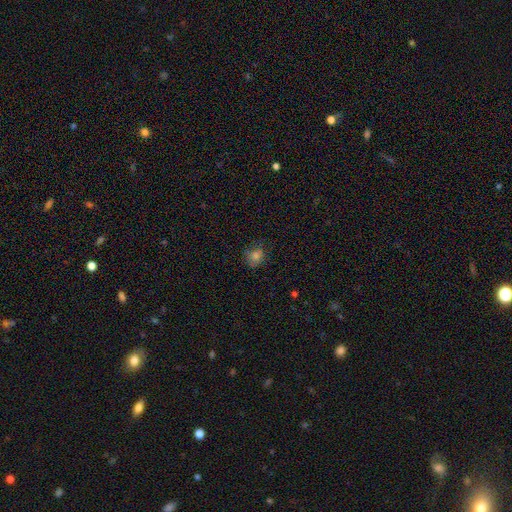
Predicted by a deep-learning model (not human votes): Overall: smooth (71%). How rounded: round (73%). Merging: none (72%).